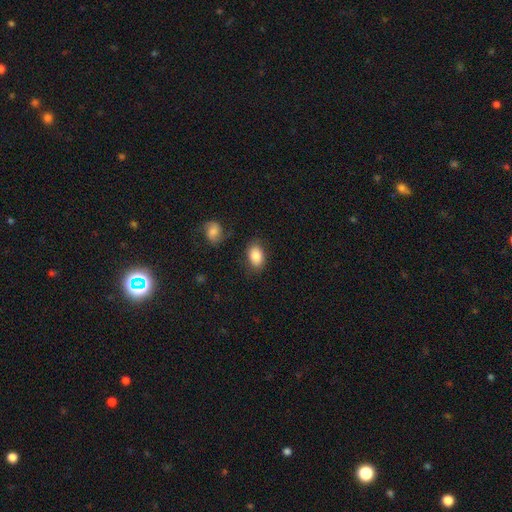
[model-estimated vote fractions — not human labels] This is clearly a smooth galaxy (86%). How rounded: clearly in between (83%). Merging: likely none (76%).